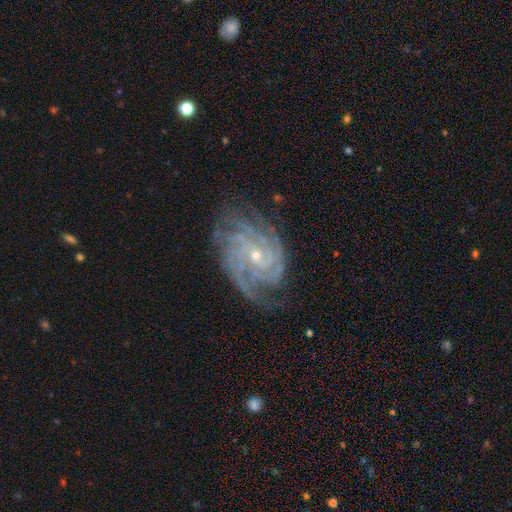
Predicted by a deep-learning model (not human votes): A featured or disk galaxy (87%) with no bar (62%), 4 (23%) tight (69%) spiral arms (98%) and a small central bulge (73%).

Vote fractions:
- Smooth or featured? featured or disk: 87% / star or artifact: 8% / smooth: 5%
- Edge-on disk? no: 96% / yes: 4%
- Bar? no: 62% / weak: 29% / strong: 9%
- Spiral arms? yes: 98% / no: 2%
- Spiral winding? tight: 69% / medium: 26% / loose: 5%
- Spiral arm count? 4: 23% / can't tell: 22% / 3: 21% / 2: 14% / more than 4: 12% / 1: 8%
- Bulge size? small: 73% / moderate: 24% / none: 1% / large: 1% / dominant: 1%
- Merging? none: 74% / minor disturbance: 18% / major disturbance: 7% / merger: 1%